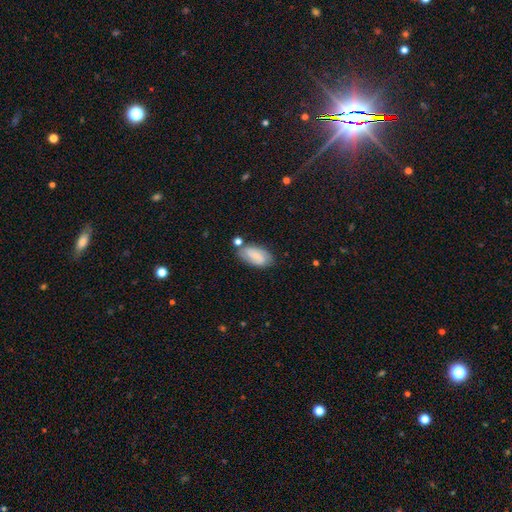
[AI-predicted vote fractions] The model was most divided on "smooth or featured" (2-way tie): smooth: 46%, featured or disk: 46%, star or artifact: 8%. More confident: merging — none (68%).